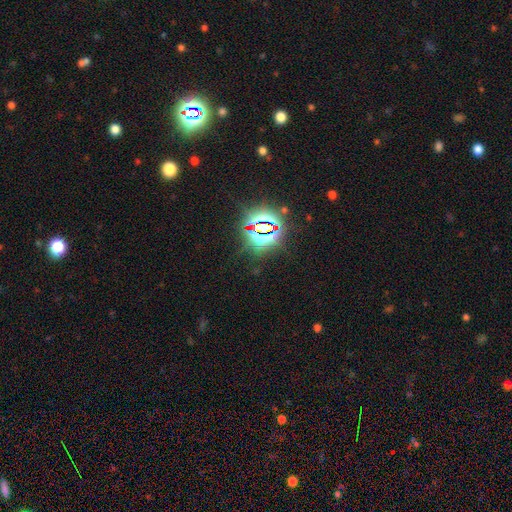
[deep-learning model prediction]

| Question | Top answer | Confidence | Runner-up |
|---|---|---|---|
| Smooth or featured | star or artifact | 82% | smooth (11%) |